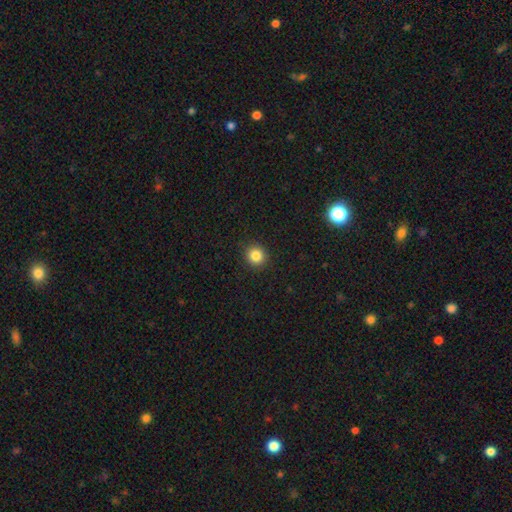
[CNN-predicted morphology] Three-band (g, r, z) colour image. It shows a smooth galaxy with no disk features (84%) that is round (91%). Merging: none (92%).